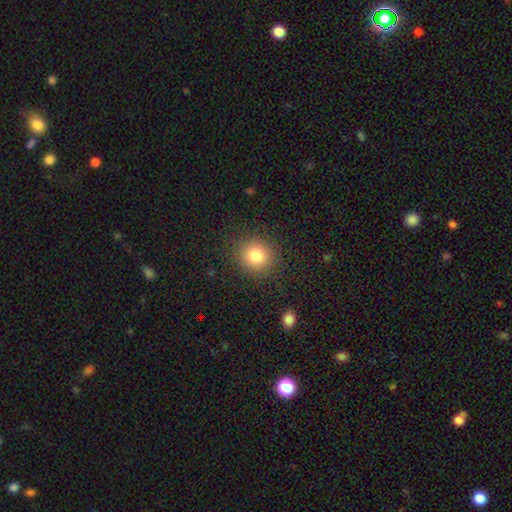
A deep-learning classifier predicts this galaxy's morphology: Smooth or featured? Predicted: smooth (p=0.82). How rounded? Predicted: round (p=0.88). Merging? Predicted: none (p=0.88).